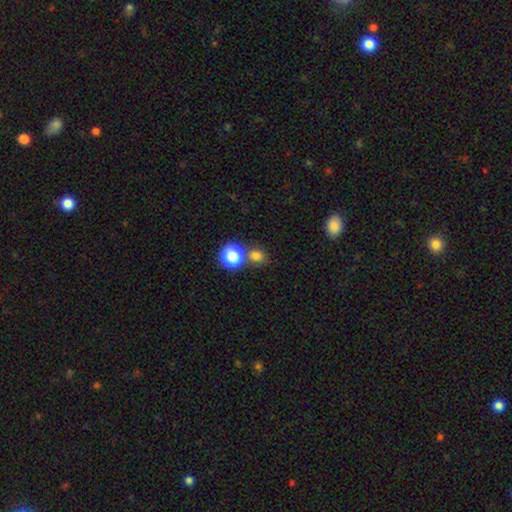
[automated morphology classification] smooth_or_featured: smooth (p=0.76) [alt: star or artifact p=0.17]
how_rounded: round (p=0.76) [alt: in between p=0.22]
merging: none (p=0.58) [alt: merger p=0.30]